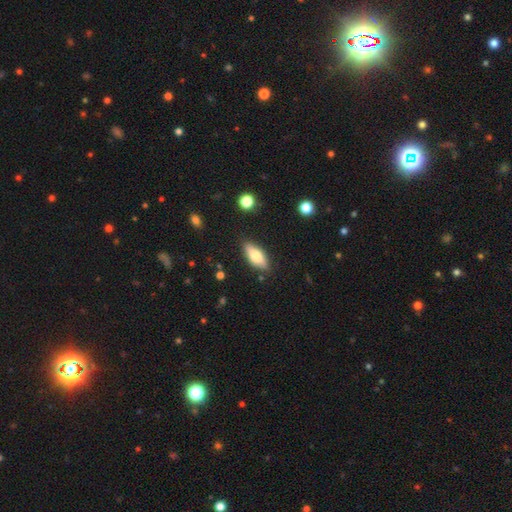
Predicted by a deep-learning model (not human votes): smooth 71%, featured or disk 23%, star or artifact 7%. Down the decision tree: how rounded — in between (77%); merging — none (85%).